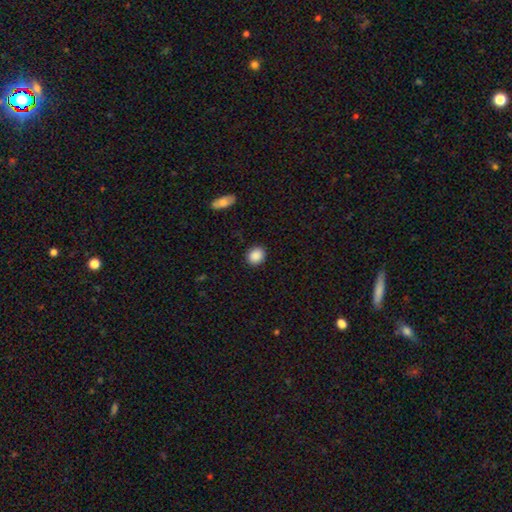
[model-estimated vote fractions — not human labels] A smooth galaxy with no disk features (89%) that is round (67%).

Vote fractions:
- Smooth or featured? smooth: 89% / star or artifact: 8% / featured or disk: 3%
- How rounded? round: 67% / in between: 32% / cigar-shaped: 1%
- Merging? none: 89% / minor disturbance: 7% / major disturbance: 2% / merger: 1%